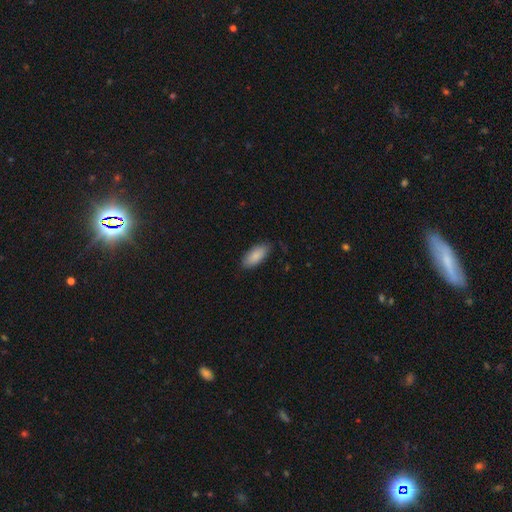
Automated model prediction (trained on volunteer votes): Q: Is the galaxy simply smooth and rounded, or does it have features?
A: smooth — 88%.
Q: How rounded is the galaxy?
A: in between — 86%.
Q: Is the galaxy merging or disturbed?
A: none — 82%.